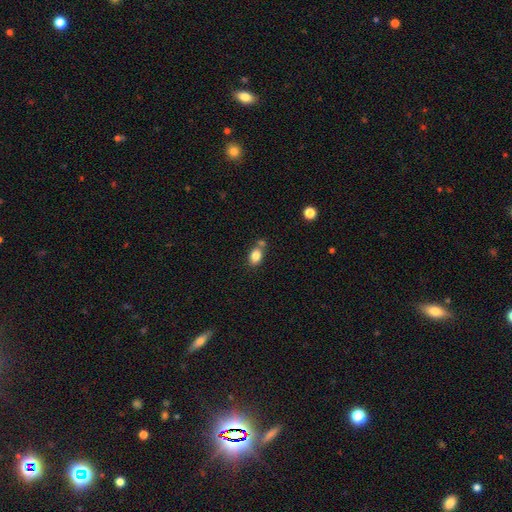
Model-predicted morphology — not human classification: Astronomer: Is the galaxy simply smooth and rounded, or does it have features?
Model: smooth — 84%.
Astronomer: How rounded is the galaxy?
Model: in between — 79%.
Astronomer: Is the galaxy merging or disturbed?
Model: none — 60%.